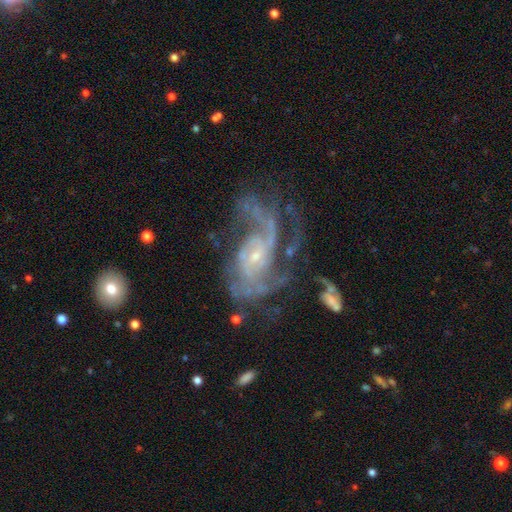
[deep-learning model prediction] A featured or disk galaxy (89%) with no bar (60%), 2 (38%) medium (46%) spiral arms (95%) and a small central bulge (76%).

Vote fractions:
- Smooth or featured? featured or disk: 89% / star or artifact: 7% / smooth: 4%
- Edge-on disk? no: 97% / yes: 3%
- Bar? no: 60% / weak: 31% / strong: 9%
- Spiral arms? yes: 95% / no: 5%
- Spiral winding? medium: 46% / tight: 33% / loose: 22%
- Spiral arm count? 2: 38% / can't tell: 20% / 3: 19% / 4: 8% / 1: 8% / more than 4: 6%
- Bulge size? small: 76% / moderate: 17% / none: 4% / large: 2% / dominant: 1%
- Merging? none: 41% / major disturbance: 34% / minor disturbance: 20% / merger: 6%